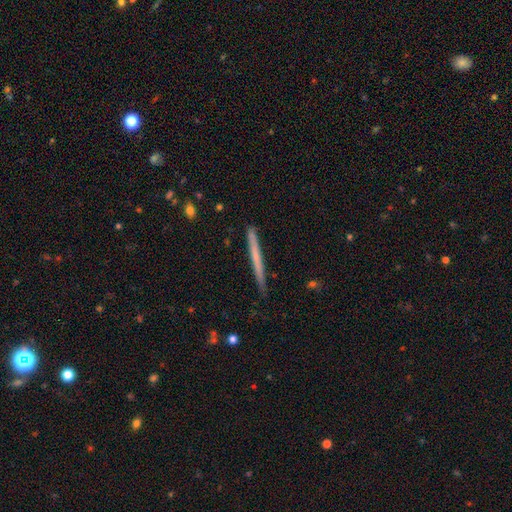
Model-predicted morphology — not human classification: smooth-or-featured: smooth: 51% | featured or disk: 43% | star or artifact: 6%
  how-rounded: cigar-shaped: 97% | in between: 1% | round: 1%
  merging: none: 89% | minor disturbance: 9% | major disturbance: 1% | merger: 1%